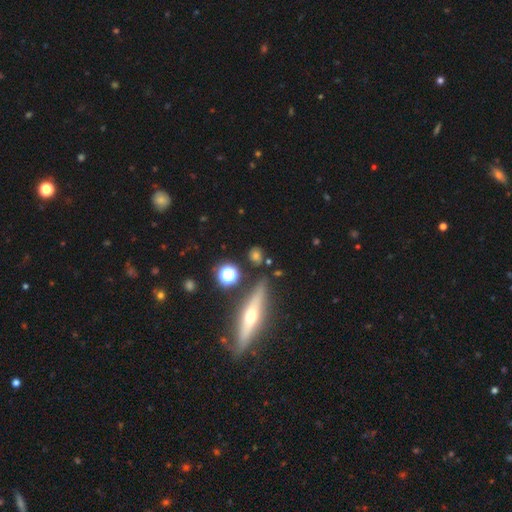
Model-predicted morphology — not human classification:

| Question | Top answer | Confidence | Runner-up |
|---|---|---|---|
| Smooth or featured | smooth | 50% | featured or disk (29%) |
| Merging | none | 79% | minor disturbance (11%) |